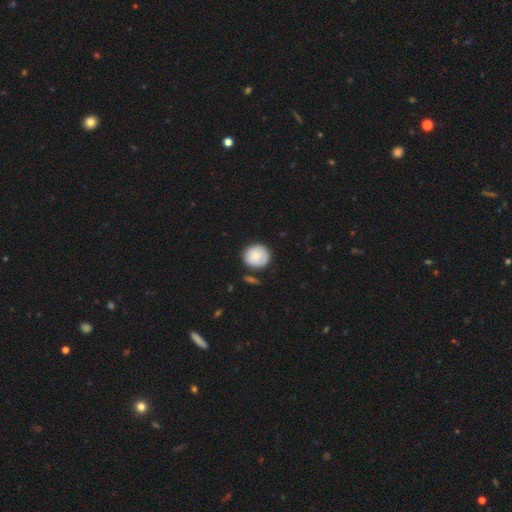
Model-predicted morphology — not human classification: This appears to be a smooth galaxy with no disk features (73%) that is round (89%). Merging: none (79%).